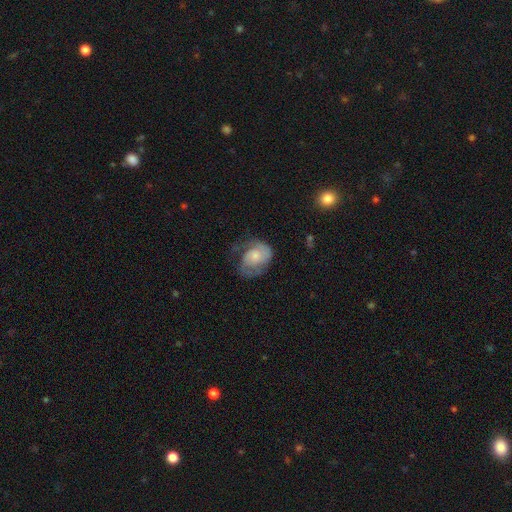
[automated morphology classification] A featured or disk galaxy (63%) with no bar (74%), 2 (60%) medium (42%) spiral arms (85%) and a small central bulge (46%).

Vote fractions:
- Smooth or featured? featured or disk: 63% / smooth: 30% / star or artifact: 7%
- Edge-on disk? no: 97% / yes: 3%
- Bar? no: 74% / weak: 22% / strong: 4%
- Spiral arms? yes: 85% / no: 15%
- Spiral winding? medium: 42% / tight: 38% / loose: 21%
- Spiral arm count? 2: 60% / 1: 18% / can't tell: 16% / 3: 3% / 4: 1% / more than 4: 1%
- Bulge size? small: 46% / moderate: 36% / none: 8% / large: 8% / dominant: 2%
- Merging? none: 45% / minor disturbance: 27% / major disturbance: 27% / merger: 2%